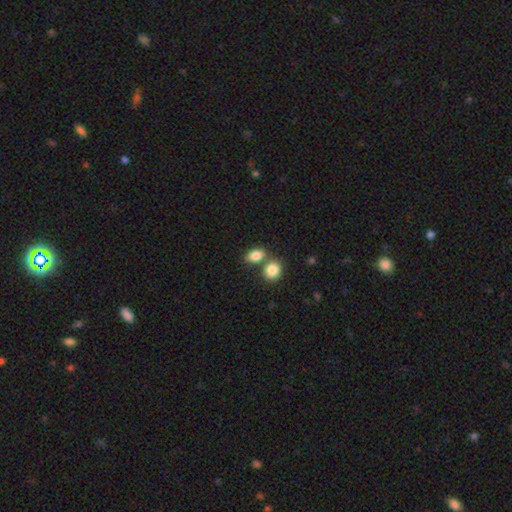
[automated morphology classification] smooth-or-featured: smooth: 85% | star or artifact: 8% | featured or disk: 7%
  how-rounded: in between: 74% | round: 24% | cigar-shaped: 2%
  merging: none: 46% | merger: 41% | minor disturbance: 9% | major disturbance: 3%